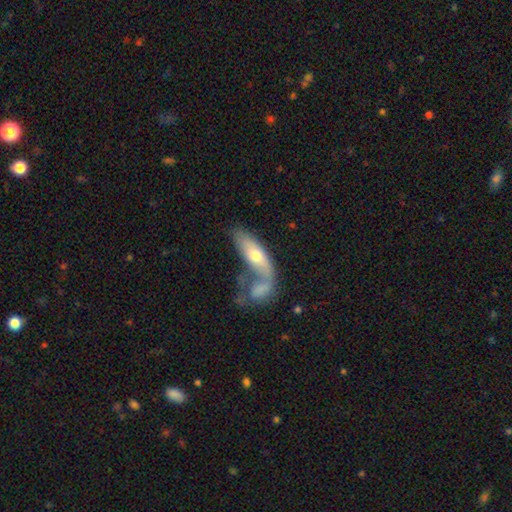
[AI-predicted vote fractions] smooth 51%, featured or disk 43%, star or artifact 6%. Down the decision tree: how rounded — in between (61%); merging — merger (50%).